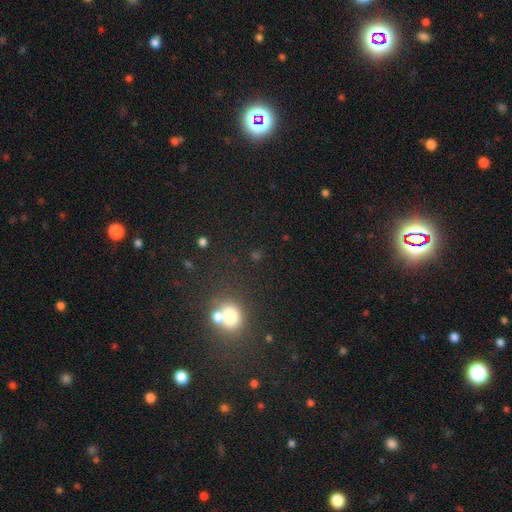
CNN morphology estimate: This is possibly a smooth galaxy (53%). How rounded: likely round (71%). Merging: possibly none (58%).